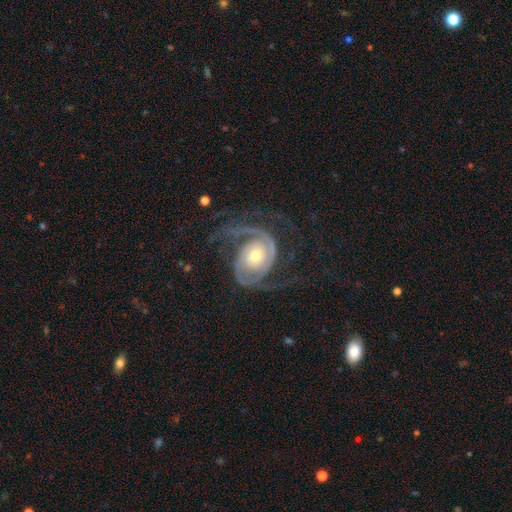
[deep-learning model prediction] The model was most divided on "spiral winding": medium: 47%, tight: 33%, loose: 19%. More confident: spiral arms — yes (98%); edge-on disk — no (98%); smooth or featured — featured or disk (91%); spiral arm count — 2 (83%); bar — no (70%); merging — none (64%); bulge size — moderate (58%).